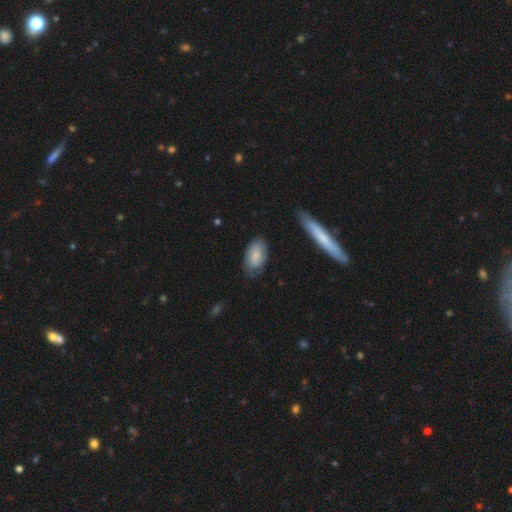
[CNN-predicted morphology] Smooth or featured?
  - smooth: 72% *
  - featured or disk: 22%
  - star or artifact: 6%
How rounded?
  - in between: 92% *
  - round: 4%
  - cigar-shaped: 3%
Merging?
  - none: 69% *
  - minor disturbance: 24%
  - major disturbance: 5%
  - merger: 2%